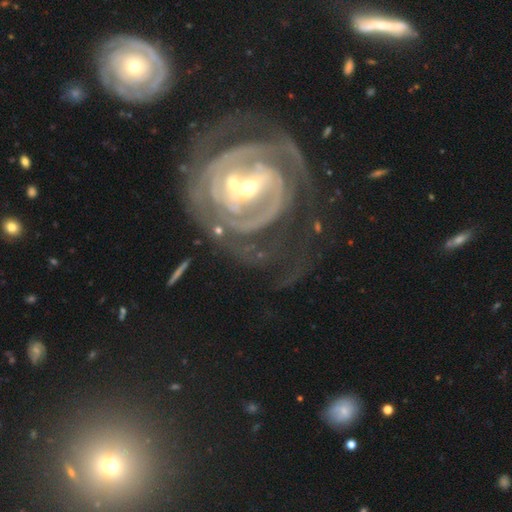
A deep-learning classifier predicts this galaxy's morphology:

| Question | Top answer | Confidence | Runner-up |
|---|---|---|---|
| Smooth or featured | featured or disk | 89% | star or artifact (6%) |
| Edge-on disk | no | 96% | yes (4%) |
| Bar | strong | 52% | weak (33%) |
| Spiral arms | yes | 95% | no (5%) |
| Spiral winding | tight | 66% | medium (28%) |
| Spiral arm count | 2 | 34% | 3 (22%) |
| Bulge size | small | 50% | moderate (44%) |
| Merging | none | 57% | major disturbance (20%) |